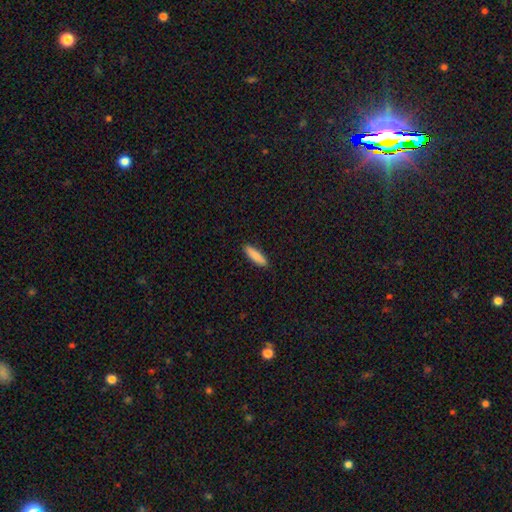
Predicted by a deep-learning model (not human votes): smooth_or_featured: smooth (p=0.86) [alt: featured or disk p=0.08]
how_rounded: cigar-shaped (p=0.69) [alt: in between p=0.30]
merging: none (p=0.90) [alt: minor disturbance p=0.07]